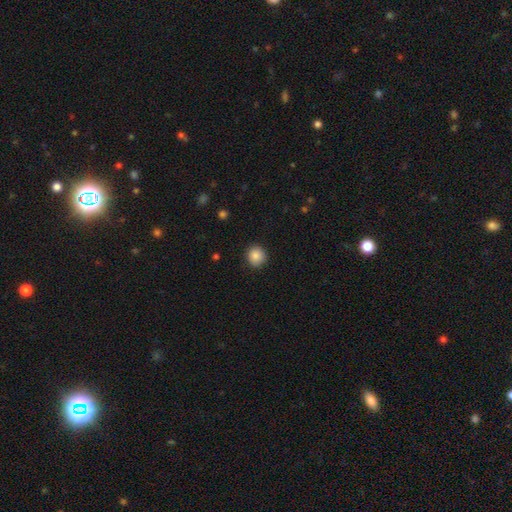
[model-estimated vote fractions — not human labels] This is clearly a smooth galaxy (87%). How rounded: clearly round (86%). Merging: clearly none (89%).